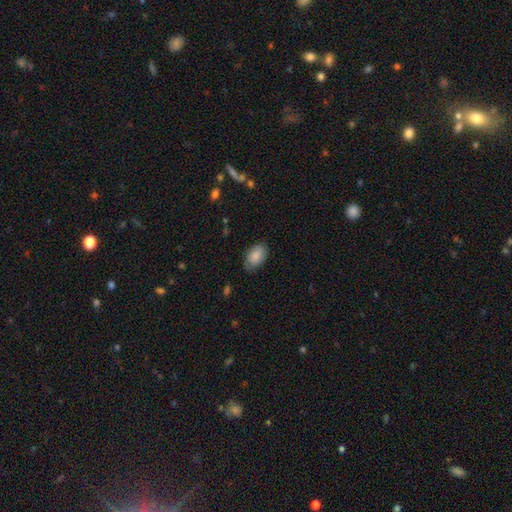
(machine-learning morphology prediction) This is clearly a smooth galaxy (84%). How rounded: clearly in between (92%). Merging: likely none (75%).